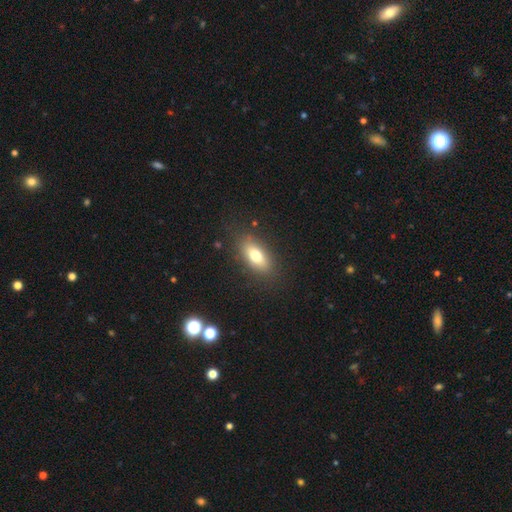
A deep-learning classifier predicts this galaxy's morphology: The model was most divided on "smooth or featured": smooth: 73%, featured or disk: 18%, star or artifact: 9%. More confident: merging — none (84%); how rounded — in between (83%).